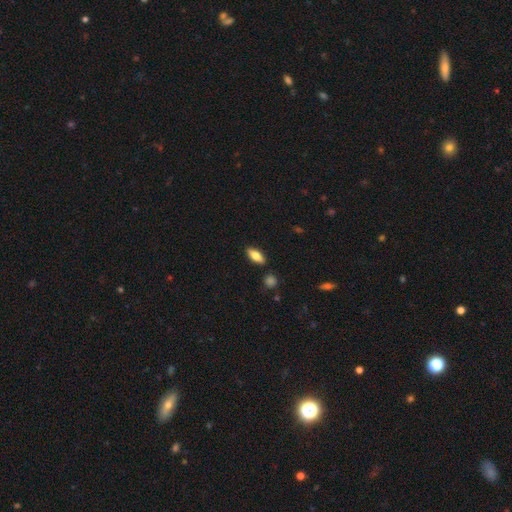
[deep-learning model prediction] This appears to be a smooth galaxy with no disk features (77%) that is in between round and cigar-shaped (82%). Merging: none (87%).